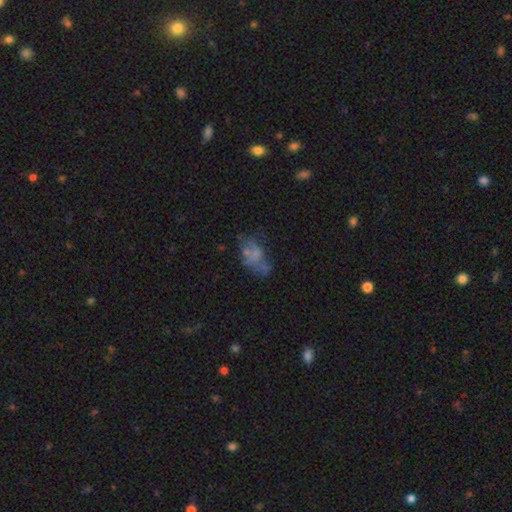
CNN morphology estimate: Overall: featured or disk (43%; smooth 41%). Merging: none (38%; major disturbance 26%).